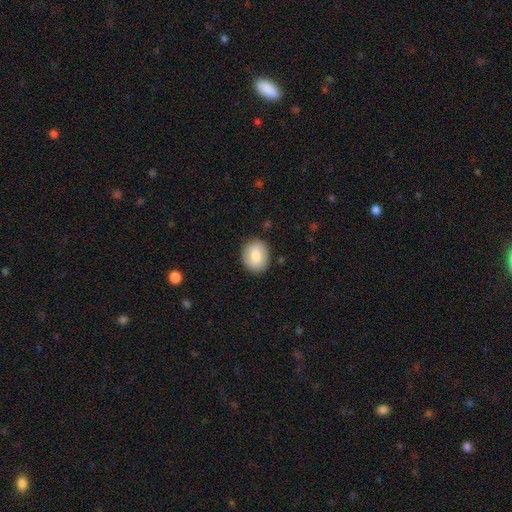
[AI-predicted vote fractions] A smooth galaxy with no disk features (75%) that is round (56%). Merging: none (86%).